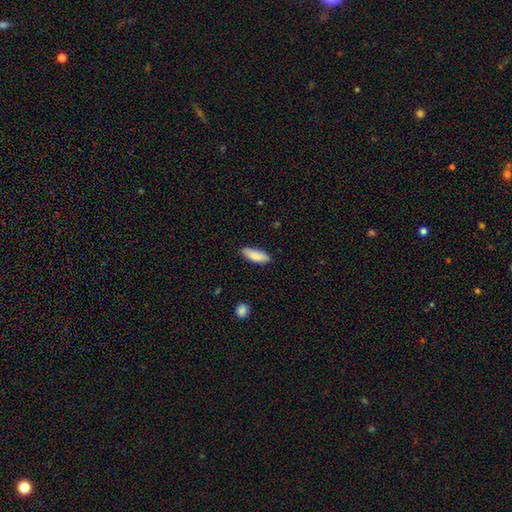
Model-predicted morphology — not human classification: Smooth or featured? smooth (87%)
How rounded? in between (71%)
Merging? none (81%)